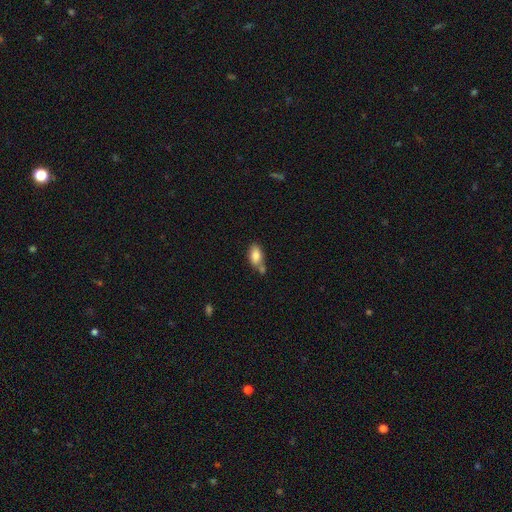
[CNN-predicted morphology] Smooth or featured?
  - smooth: 83% *
  - featured or disk: 10%
  - star or artifact: 7%
How rounded?
  - in between: 90% *
  - round: 6%
  - cigar-shaped: 4%
Merging?
  - none: 45% *
  - merger: 30%
  - minor disturbance: 19%
  - major disturbance: 6%